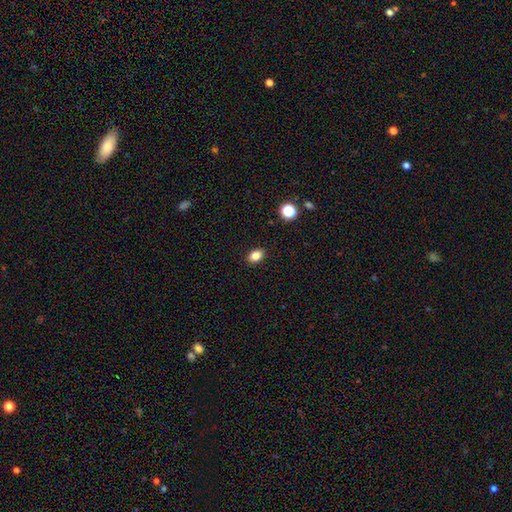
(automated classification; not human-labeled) The model was most divided on "how rounded": in between: 77%, round: 22%, cigar-shaped: 1%. More confident: merging — none (89%); smooth or featured — smooth (83%).